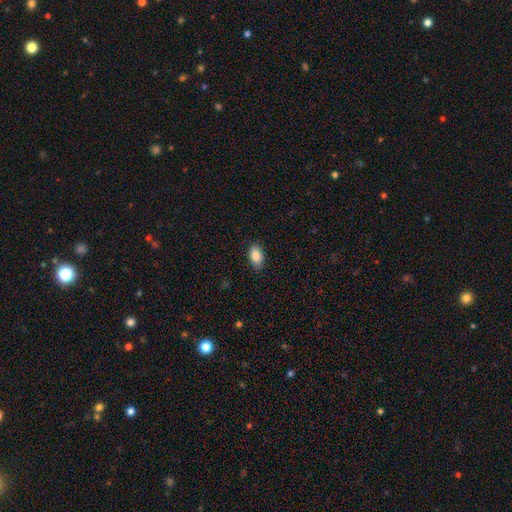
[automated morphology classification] smooth_or_featured: smooth (p=0.86) [alt: star or artifact p=0.07]
how_rounded: in between (p=0.91) [alt: round p=0.06]
merging: none (p=0.87) [alt: minor disturbance p=0.10]